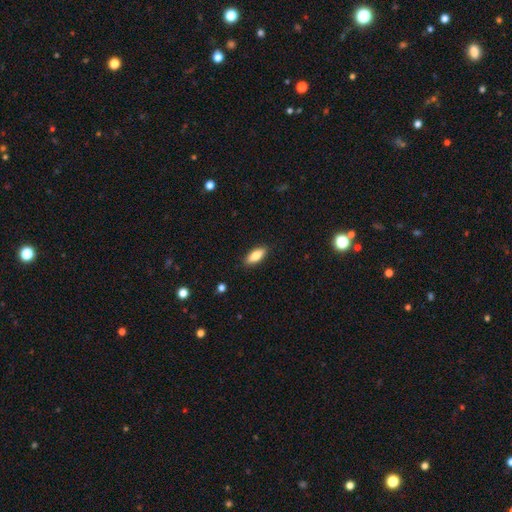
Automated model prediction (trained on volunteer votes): Overall: smooth (78%). How rounded: in between (72%). Merging: none (88%).